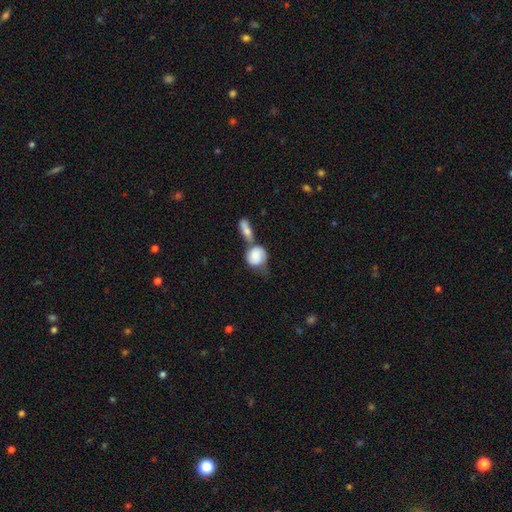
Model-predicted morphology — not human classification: smooth_or_featured: smooth (p=0.68) [alt: featured or disk p=0.25]
how_rounded: round (p=0.70) [alt: in between p=0.28]
merging: merger (p=0.49) [alt: none p=0.23]